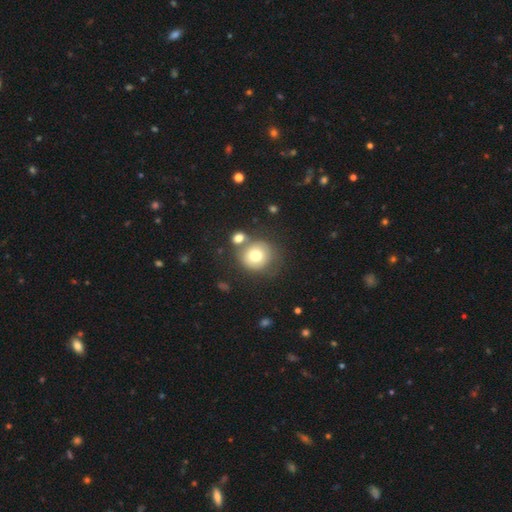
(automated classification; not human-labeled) smooth 71%, featured or disk 19%, star or artifact 10%. Down the decision tree: how rounded — round (87%); merging — none (56%).